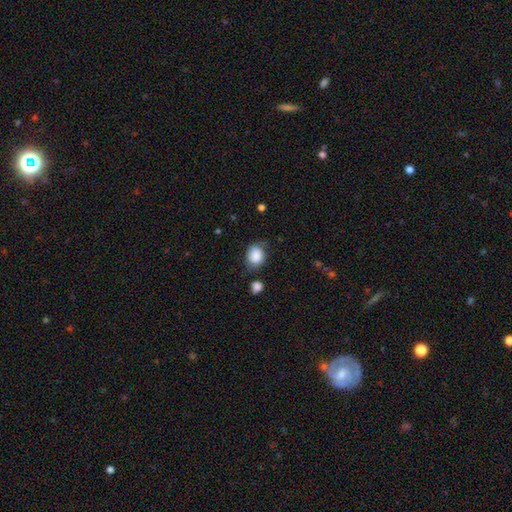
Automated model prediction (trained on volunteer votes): Smooth or featured?
  - smooth: 85% *
  - star or artifact: 8%
  - featured or disk: 8%
How rounded?
  - in between: 55% *
  - round: 44%
  - cigar-shaped: 1%
Merging?
  - none: 63% *
  - minor disturbance: 25%
  - major disturbance: 7%
  - merger: 5%